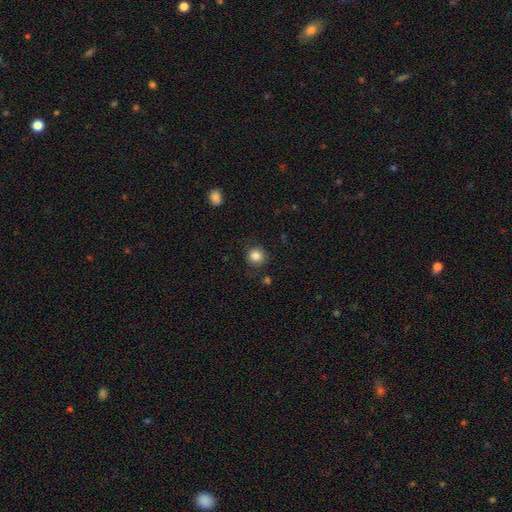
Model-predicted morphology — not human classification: A smooth galaxy with no disk features (84%) that is round (92%). Merging: none (87%).